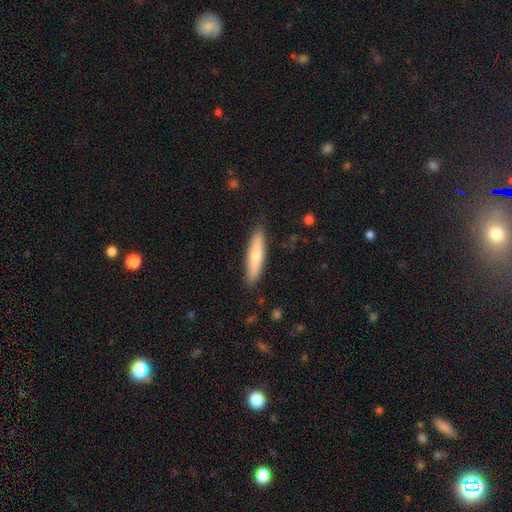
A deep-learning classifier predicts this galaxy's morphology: This is likely a smooth galaxy (68%). How rounded: likely cigar-shaped (77%). Merging: clearly none (87%).